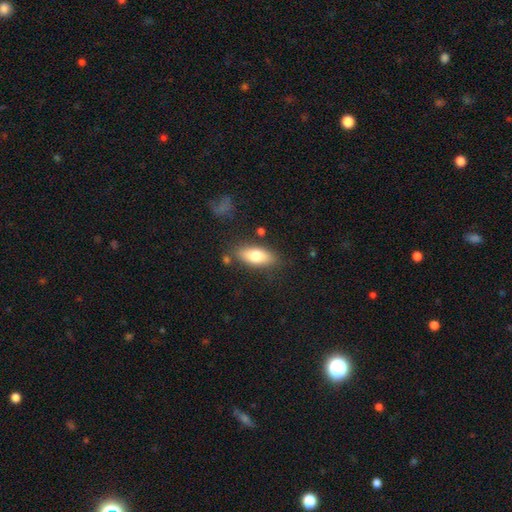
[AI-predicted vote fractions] A smooth galaxy with no disk features (76%) that is in between round and cigar-shaped (80%).

Vote fractions:
- Smooth or featured? smooth: 76% / featured or disk: 18% / star or artifact: 6%
- How rounded? in between: 80% / cigar-shaped: 17% / round: 3%
- Merging? none: 80% / minor disturbance: 13% / merger: 4% / major disturbance: 3%